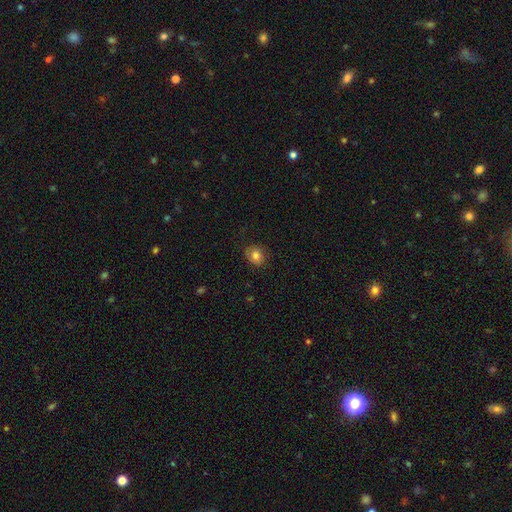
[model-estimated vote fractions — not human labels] Smooth or featured?
  - smooth: 82% *
  - star or artifact: 10%
  - featured or disk: 7%
How rounded?
  - round: 67% *
  - in between: 32%
  - cigar-shaped: 1%
Merging?
  - none: 85% *
  - minor disturbance: 11%
  - major disturbance: 3%
  - merger: 1%